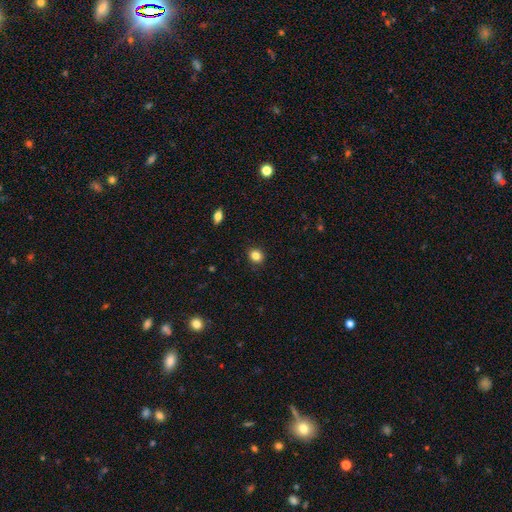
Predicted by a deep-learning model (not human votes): Overall: smooth (84%). How rounded: round (74%). Merging: none (90%).